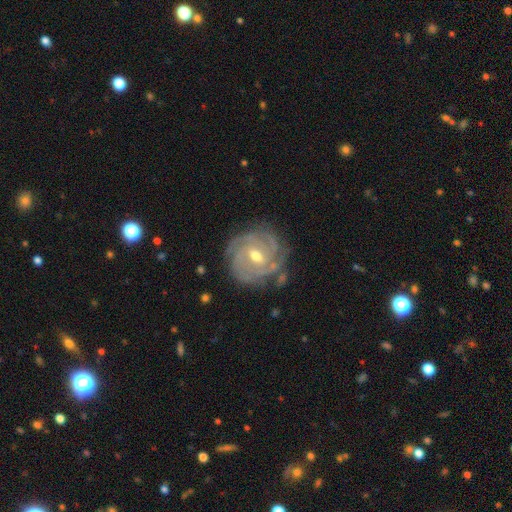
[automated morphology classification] Smooth or featured?
  - featured or disk: 89% *
  - smooth: 6%
  - star or artifact: 5%
Edge-on disk?
  - no: 97% *
  - yes: 3%
Bar?
  - weak: 51% *
  - no: 32%
  - strong: 17%
Spiral arms?
  - yes: 97% *
  - no: 3%
Spiral winding?
  - tight: 78% *
  - medium: 19%
  - loose: 3%
Spiral arm count?
  - 3: 31% *
  - 4: 24%
  - can't tell: 20%
  - 2: 12%
  - more than 4: 7%
  - 1: 6%
Bulge size?
  - moderate: 62% *
  - small: 35%
  - large: 2%
  - none: 1%
  - dominant: 1%
Merging?
  - none: 80% *
  - minor disturbance: 14%
  - major disturbance: 4%
  - merger: 2%